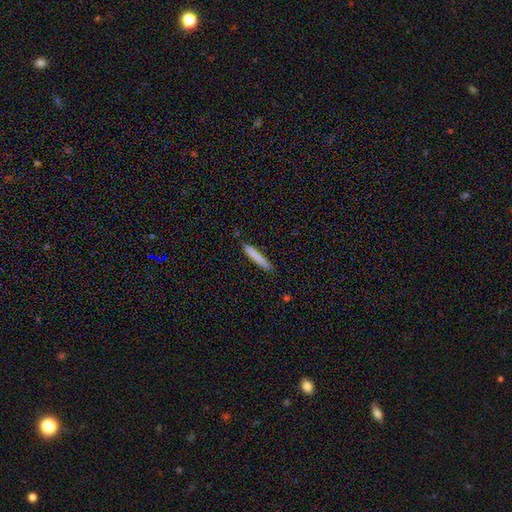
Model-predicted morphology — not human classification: A smooth galaxy with no disk features (78%) that is cigar-shaped (96%).

Vote fractions:
- Smooth or featured? smooth: 78% / featured or disk: 16% / star or artifact: 6%
- How rounded? cigar-shaped: 96% / in between: 3% / round: 1%
- Merging? none: 88% / minor disturbance: 9% / major disturbance: 2% / merger: 1%